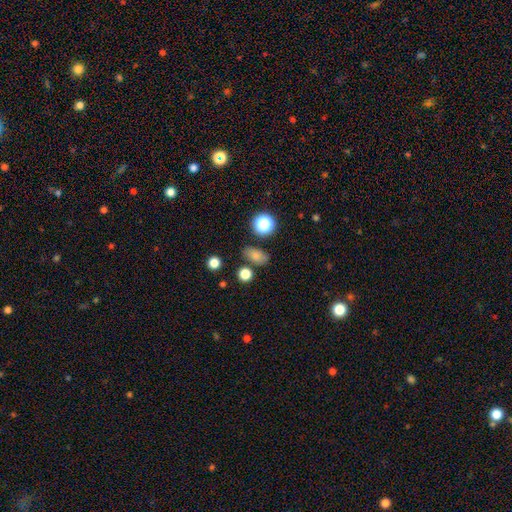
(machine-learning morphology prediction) Q: Smooth or featured?
A: smooth (75%); runner-up: star or artifact (16%)
Q: How rounded?
A: in between (76%); runner-up: round (19%)
Q: Merging?
A: none (77%); runner-up: minor disturbance (13%)